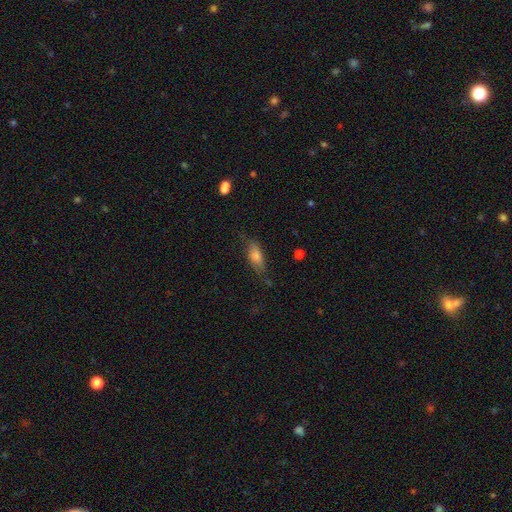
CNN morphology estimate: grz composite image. It shows a smooth galaxy with no disk features (65%) that is in between round and cigar-shaped (63%). Merging: none (63%).